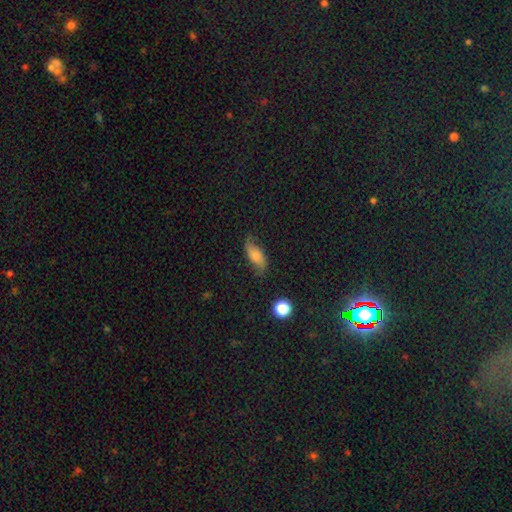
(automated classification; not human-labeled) This is possibly a smooth galaxy (51%). How rounded: likely in between (76%). Merging: likely none (66%).